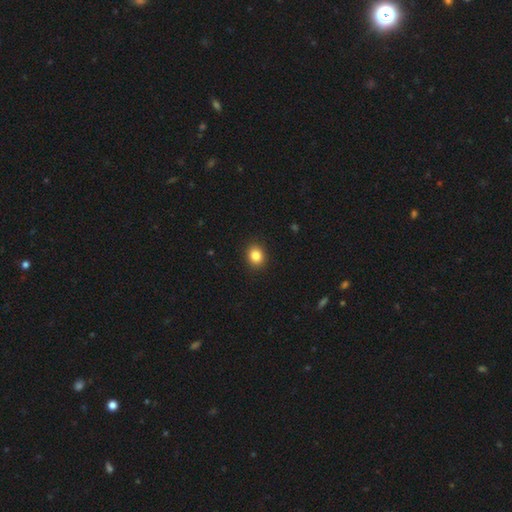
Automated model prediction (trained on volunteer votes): Morphology: type=smooth (85%); roundness=round (68%); merging=none (91%).